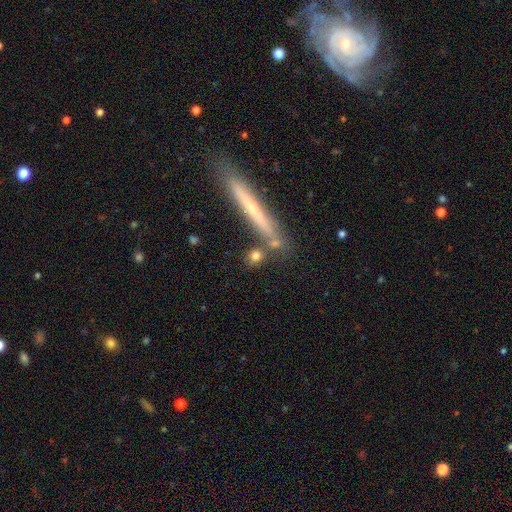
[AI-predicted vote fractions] A smooth galaxy with no disk features (73%) that is round (54%).

Vote fractions:
- Smooth or featured? smooth: 73% / featured or disk: 17% / star or artifact: 11%
- How rounded? round: 54% / cigar-shaped: 24% / in between: 22%
- Merging? none: 74% / merger: 11% / minor disturbance: 11% / major disturbance: 4%